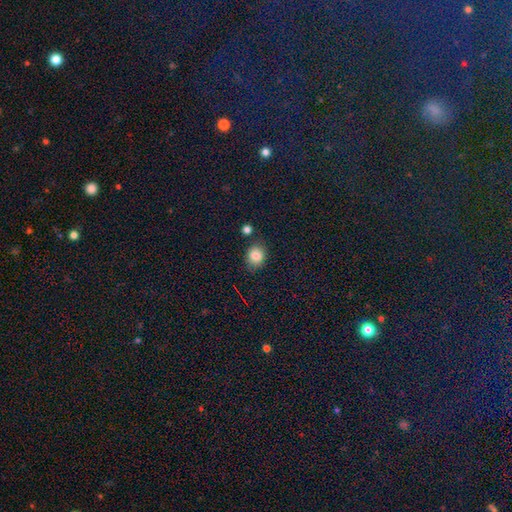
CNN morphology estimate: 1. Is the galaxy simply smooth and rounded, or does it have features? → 81% smooth, 12% star or artifact, 7% featured or disk.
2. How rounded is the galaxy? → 63% round, 36% in between, 1% cigar-shaped.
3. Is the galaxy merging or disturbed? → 80% none, 12% minor disturbance, 5% merger, 3% major disturbance.